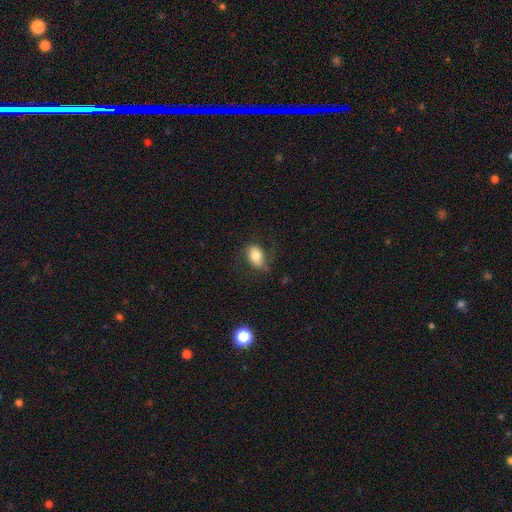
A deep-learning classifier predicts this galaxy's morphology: Smooth or featured? smooth (75%)
How rounded? in between (83%)
Merging? none (68%)